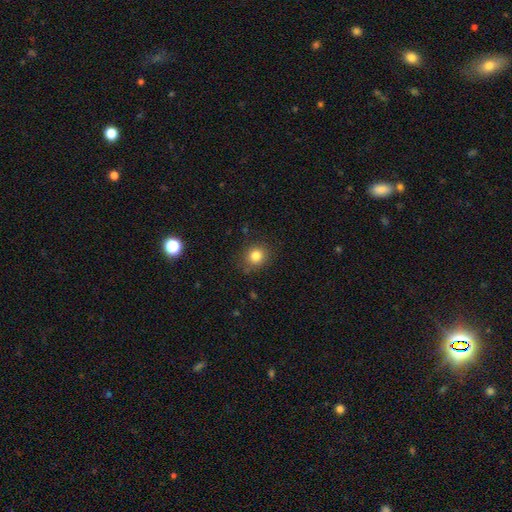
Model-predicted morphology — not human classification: smooth 82%, star or artifact 12%, featured or disk 6%. Down the decision tree: how rounded — round (84%); merging — none (84%).